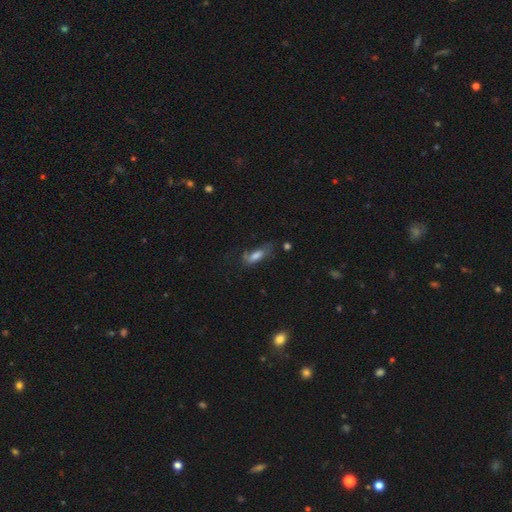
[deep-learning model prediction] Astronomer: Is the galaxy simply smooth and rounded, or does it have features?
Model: smooth — 65%.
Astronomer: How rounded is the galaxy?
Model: in between — 72%.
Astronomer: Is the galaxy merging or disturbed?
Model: none — 38% (runner-up: major disturbance, 30%).